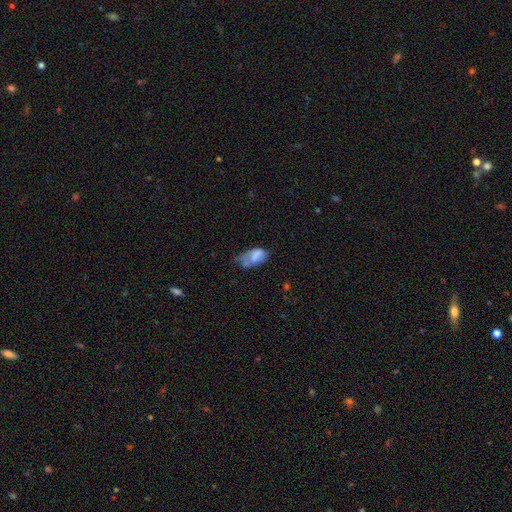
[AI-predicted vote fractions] A smooth galaxy with no disk features (59%) that is in between round and cigar-shaped (90%).

Vote fractions:
- Smooth or featured? smooth: 59% / featured or disk: 31% / star or artifact: 11%
- How rounded? in between: 90% / round: 7% / cigar-shaped: 3%
- Merging? major disturbance: 35% / minor disturbance: 33% / none: 22% / merger: 10%